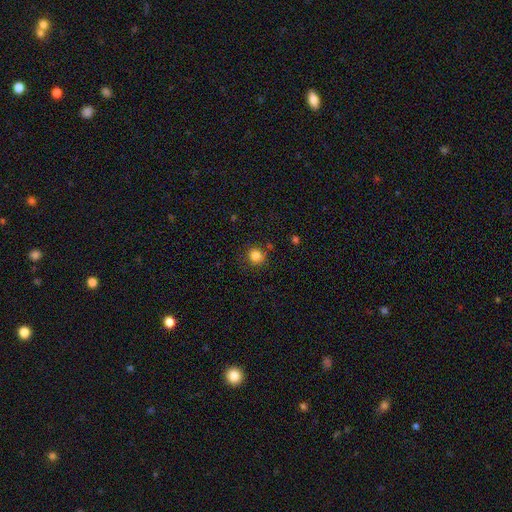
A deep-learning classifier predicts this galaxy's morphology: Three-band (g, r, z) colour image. It shows a smooth galaxy with no disk features (84%) that is round (88%). Merging: none (80%).